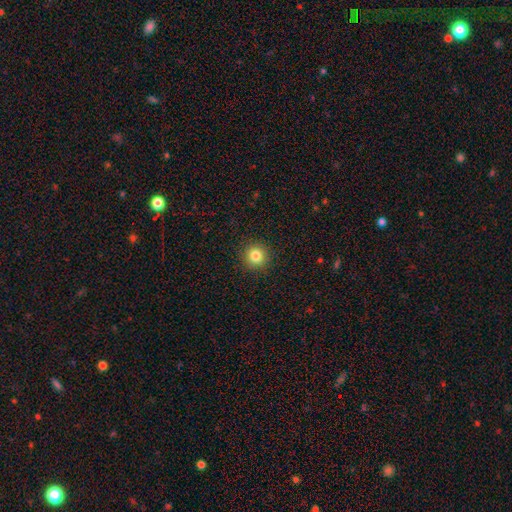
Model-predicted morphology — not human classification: The model was most divided on "smooth or featured": smooth: 82%, star or artifact: 12%, featured or disk: 6%. More confident: how rounded — round (95%); merging — none (92%).